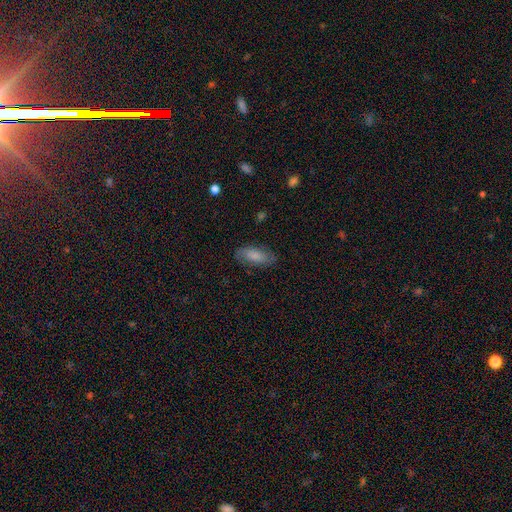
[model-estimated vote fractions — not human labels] Smooth or featured?
  - smooth: 71% *
  - featured or disk: 21%
  - star or artifact: 8%
How rounded?
  - in between: 81% *
  - cigar-shaped: 17%
  - round: 3%
Merging?
  - none: 81% *
  - minor disturbance: 14%
  - major disturbance: 4%
  - merger: 1%